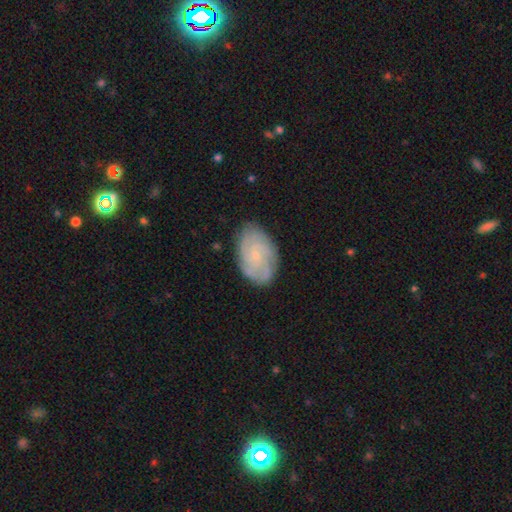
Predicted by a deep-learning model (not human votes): smooth_or_featured: featured or disk (p=0.71) [alt: smooth p=0.22]
disk_edge_on: no (p=0.97) [alt: yes p=0.03]
bar: no (p=0.77) [alt: weak p=0.20]
has_spiral_arms: yes (p=0.92) [alt: no p=0.08]
spiral_winding: tight (p=0.68) [alt: medium p=0.26]
spiral_arm_count: can't tell (p=0.36) [alt: 3 p=0.20]
bulge_size: small (p=0.79) [alt: moderate p=0.14]
merging: none (p=0.81) [alt: minor disturbance p=0.15]